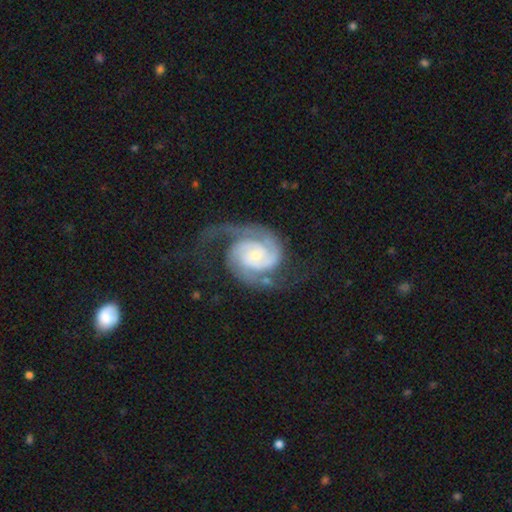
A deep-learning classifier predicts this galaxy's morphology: A featured or disk galaxy (91%) with no bar (66%), 2 (81%) tight (50%) spiral arms (98%) and a small central bulge (59%). Merging: none (60%).